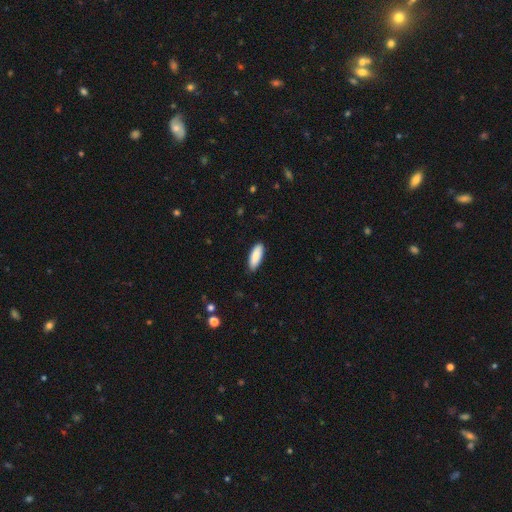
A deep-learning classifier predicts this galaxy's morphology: Smooth or featured?
  - smooth: 89% *
  - star or artifact: 6%
  - featured or disk: 5%
How rounded?
  - in between: 68% *
  - cigar-shaped: 30%
  - round: 1%
Merging?
  - none: 87% *
  - minor disturbance: 10%
  - major disturbance: 2%
  - merger: 1%